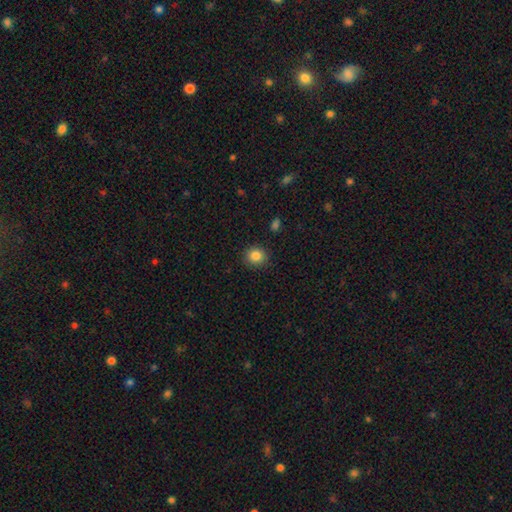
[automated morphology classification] Smooth or featured? smooth (85%)
How rounded? round (86%)
Merging? none (89%)